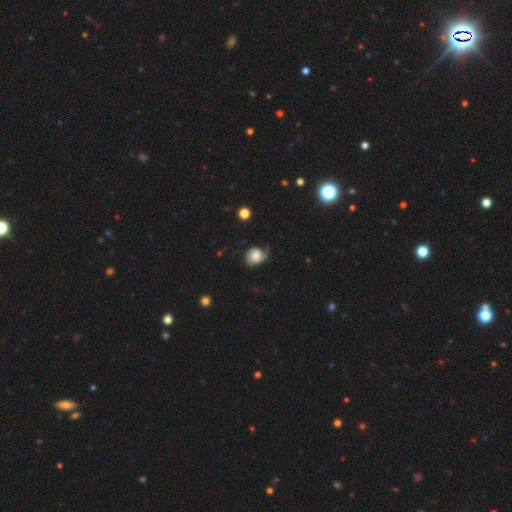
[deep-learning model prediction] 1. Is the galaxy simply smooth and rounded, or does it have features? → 53% featured or disk, 38% smooth, 9% star or artifact.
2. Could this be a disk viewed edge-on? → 97% no, 3% yes.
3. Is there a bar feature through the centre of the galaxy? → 55% no, 36% weak, 9% strong.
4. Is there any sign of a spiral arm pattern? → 89% yes, 11% no.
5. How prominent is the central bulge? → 37% moderate, 23% small, 23% large, 13% none, 4% dominant.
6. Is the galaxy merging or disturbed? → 47% none, 30% minor disturbance, 20% major disturbance, 2% merger.